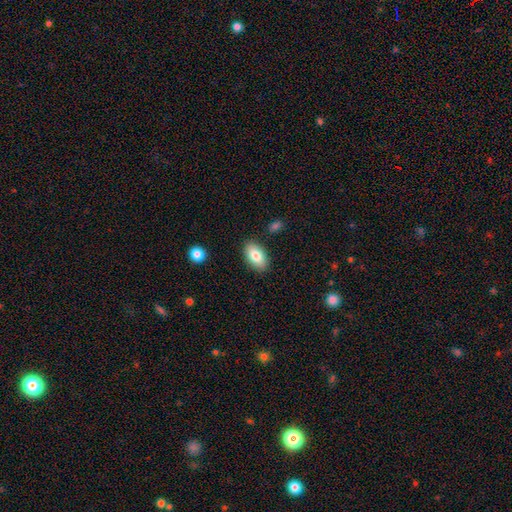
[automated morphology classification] Smooth or featured?
  - smooth: 81% *
  - featured or disk: 12%
  - star or artifact: 7%
How rounded?
  - in between: 93% *
  - round: 4%
  - cigar-shaped: 2%
Merging?
  - none: 87% *
  - minor disturbance: 9%
  - major disturbance: 2%
  - merger: 2%